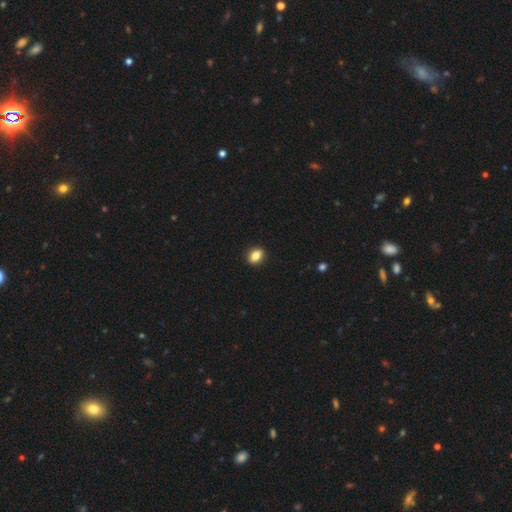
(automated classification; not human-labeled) Smooth or featured?
  - smooth: 85% *
  - star or artifact: 9%
  - featured or disk: 6%
How rounded?
  - in between: 70% *
  - round: 29%
  - cigar-shaped: 2%
Merging?
  - none: 91% *
  - minor disturbance: 6%
  - major disturbance: 2%
  - merger: 1%